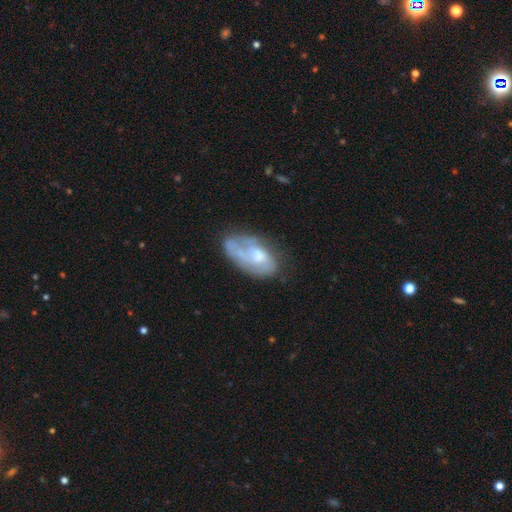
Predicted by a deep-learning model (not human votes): Smooth or featured?
  - featured or disk: 54% *
  - smooth: 39%
  - star or artifact: 7%
Edge-on disk?
  - no: 94% *
  - yes: 6%
Bar?
  - no: 73% *
  - weak: 23%
  - strong: 4%
Spiral arms?
  - no: 52% *
  - yes: 48%
Bulge size?
  - moderate: 43% *
  - small: 24%
  - none: 22%
  - large: 11%
  - dominant: 2%
Merging?
  - none: 46% *
  - minor disturbance: 27%
  - major disturbance: 20%
  - merger: 7%